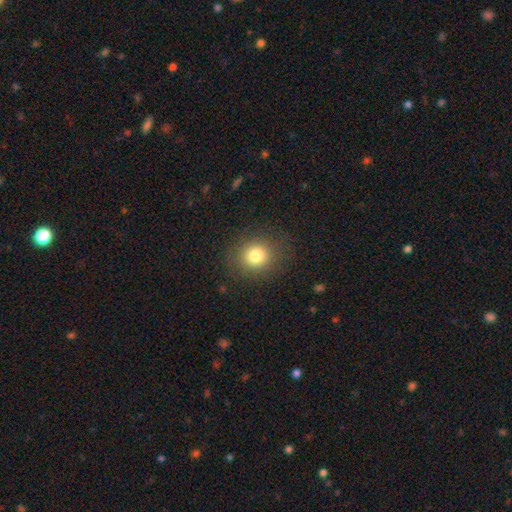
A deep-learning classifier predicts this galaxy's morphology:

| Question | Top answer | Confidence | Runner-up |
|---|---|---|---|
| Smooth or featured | smooth | 79% | star or artifact (13%) |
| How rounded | round | 82% | in between (18%) |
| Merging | none | 87% | minor disturbance (8%) |